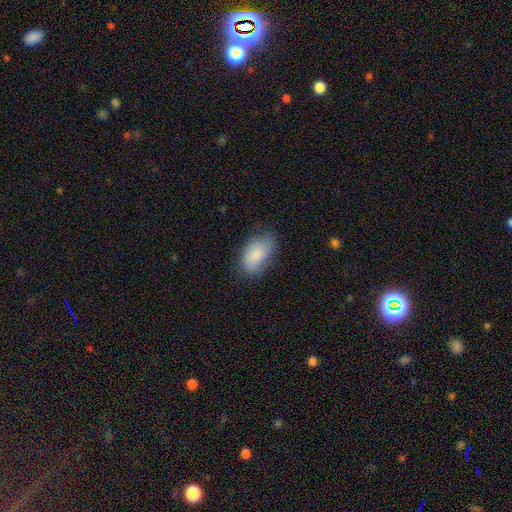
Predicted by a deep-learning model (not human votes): Smooth or featured?
  - smooth: 84% *
  - featured or disk: 10%
  - star or artifact: 6%
How rounded?
  - in between: 93% *
  - round: 4%
  - cigar-shaped: 2%
Merging?
  - none: 73% *
  - minor disturbance: 20%
  - major disturbance: 5%
  - merger: 1%